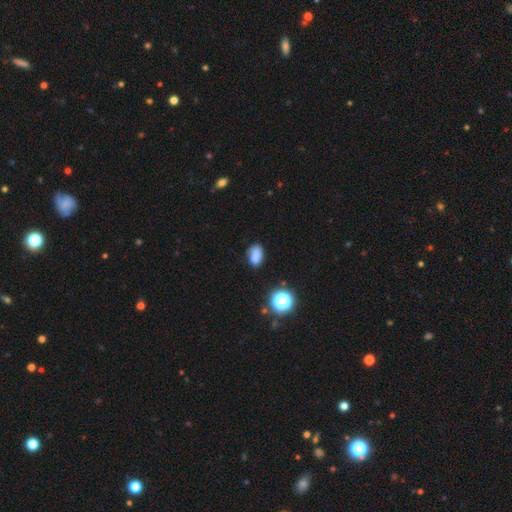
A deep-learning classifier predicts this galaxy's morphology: This is clearly a smooth galaxy (81%). How rounded: clearly in between (83%). Merging: likely none (72%).